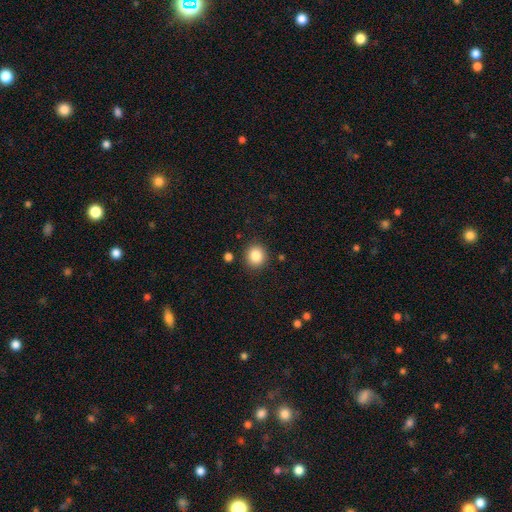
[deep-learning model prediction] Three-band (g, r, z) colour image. It shows a smooth galaxy with no disk features (85%) that is round (88%). Merging: none (89%).